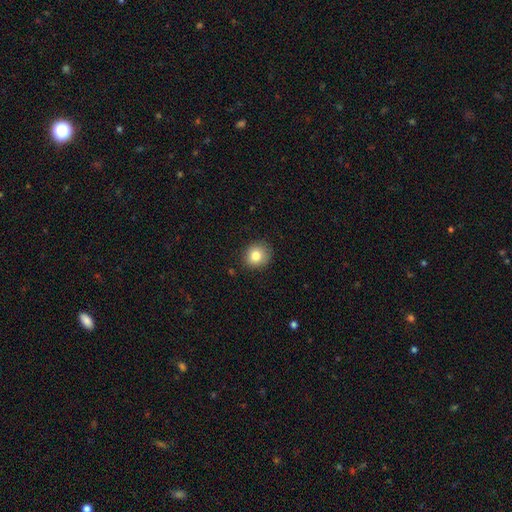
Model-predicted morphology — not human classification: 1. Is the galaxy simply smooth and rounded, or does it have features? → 83% smooth, 10% star or artifact, 7% featured or disk.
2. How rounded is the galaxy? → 79% round, 20% in between, 1% cigar-shaped.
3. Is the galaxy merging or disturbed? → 86% none, 11% minor disturbance, 2% major disturbance, 1% merger.